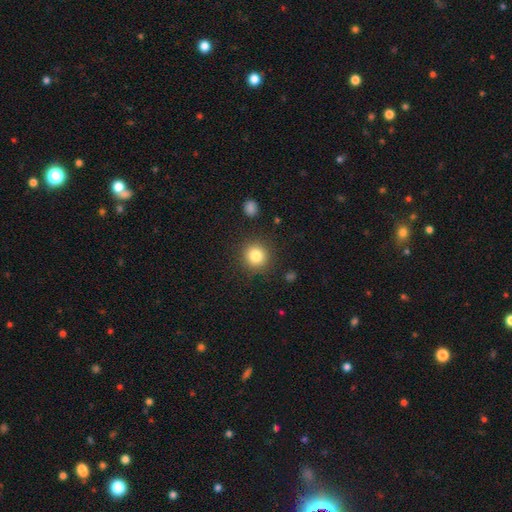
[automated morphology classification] This is clearly a smooth galaxy (82%). How rounded: clearly round (93%). Merging: clearly none (89%).